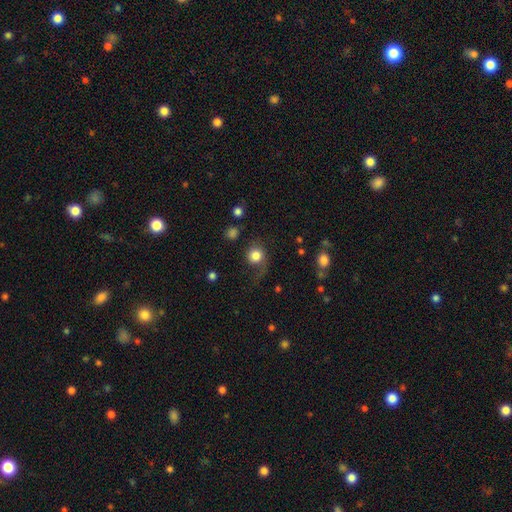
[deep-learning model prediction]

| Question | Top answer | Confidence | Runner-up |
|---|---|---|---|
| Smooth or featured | smooth | 79% | featured or disk (11%) |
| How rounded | round | 85% | in between (14%) |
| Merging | none | 53% | major disturbance (23%) |